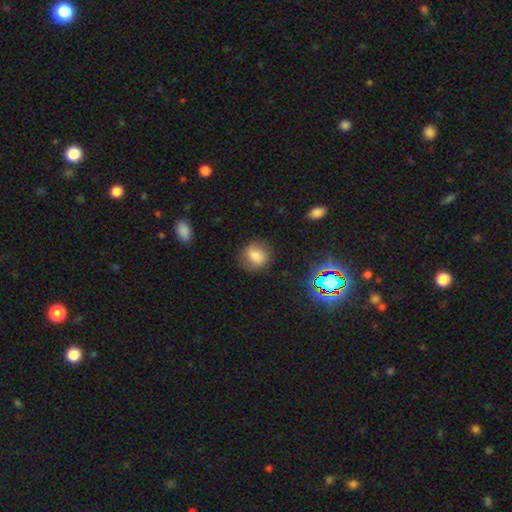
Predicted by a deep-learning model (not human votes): smooth-or-featured: smooth: 77% | star or artifact: 12% | featured or disk: 10%
  how-rounded: round: 76% | in between: 23% | cigar-shaped: 1%
  merging: none: 80% | minor disturbance: 14% | major disturbance: 5% | merger: 1%